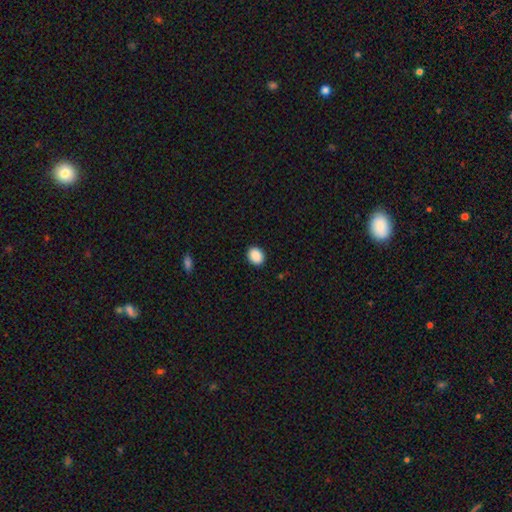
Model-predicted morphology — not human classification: Overall: smooth (90%). How rounded: in between (56%; round 43%). Merging: none (91%).